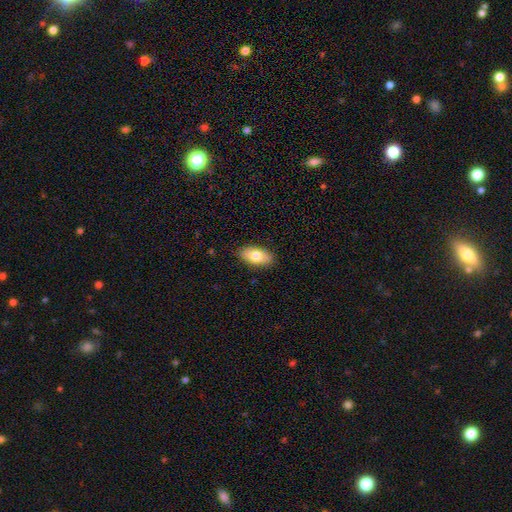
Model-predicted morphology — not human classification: Smooth or featured?
  - smooth: 77% *
  - featured or disk: 16%
  - star or artifact: 7%
How rounded?
  - in between: 91% *
  - cigar-shaped: 5%
  - round: 4%
Merging?
  - none: 88% *
  - minor disturbance: 9%
  - major disturbance: 2%
  - merger: 1%